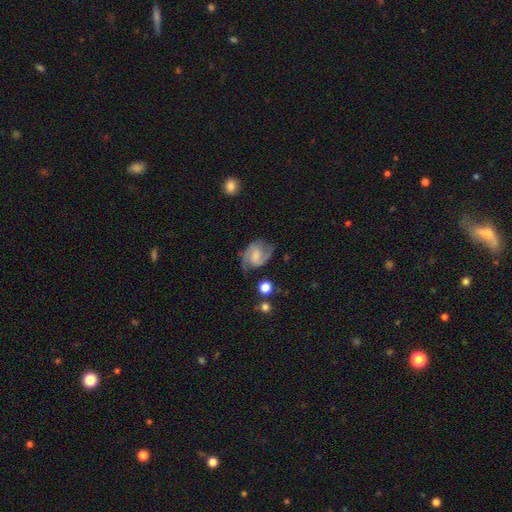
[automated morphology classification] This is likely a featured or disk galaxy (72%). It is clearly not viewed edge-on (97%). Bar: possibly weak (49%). Spiral arm pattern: clearly yes (93%). Spiral arm count: clearly 2 (85%). Spiral winding: possibly medium (51%). Central bulge: marginally none (32%). Merging: likely none (65%).